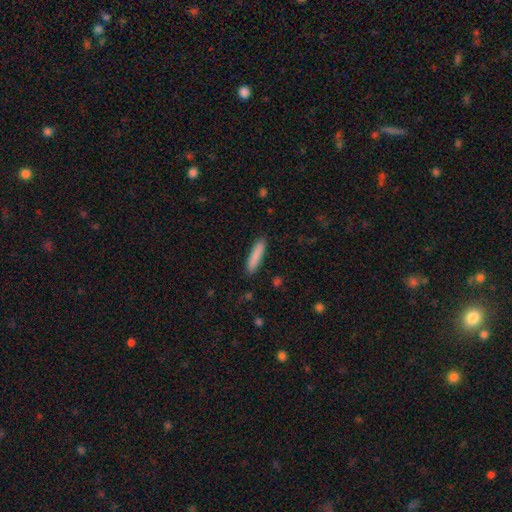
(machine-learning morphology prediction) Q: Smooth or featured?
A: smooth (86%); runner-up: featured or disk (8%)
Q: How rounded?
A: cigar-shaped (86%); runner-up: in between (13%)
Q: Merging?
A: none (89%); runner-up: minor disturbance (8%)